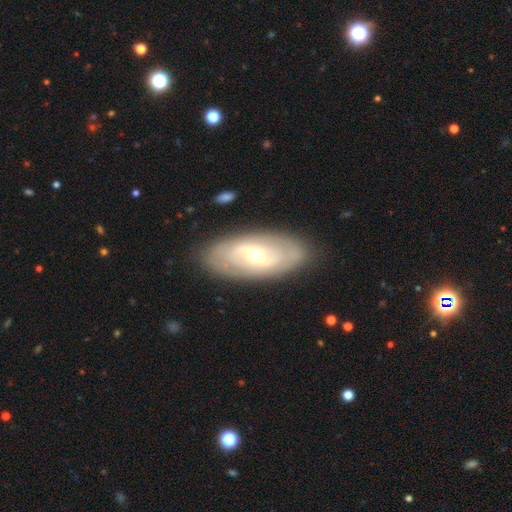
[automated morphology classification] type=featured or disk (70%); edge-on=no (90%); bar=no (49%); spiral arms=yes (66%); bulge=moderate (48%, tied with small); merging=none (85%).